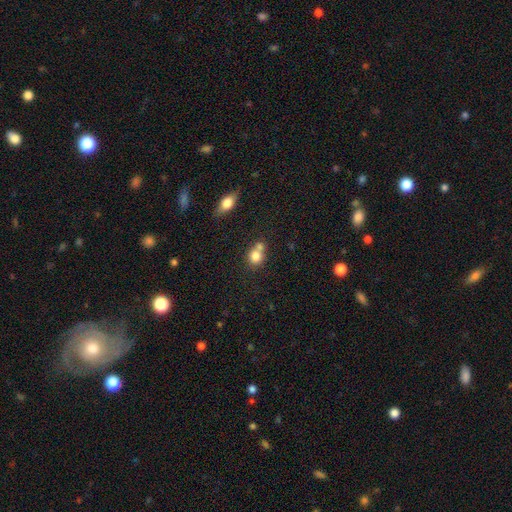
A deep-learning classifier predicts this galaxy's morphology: A smooth galaxy with no disk features (78%) that is round (72%). Merging: merger (45%).